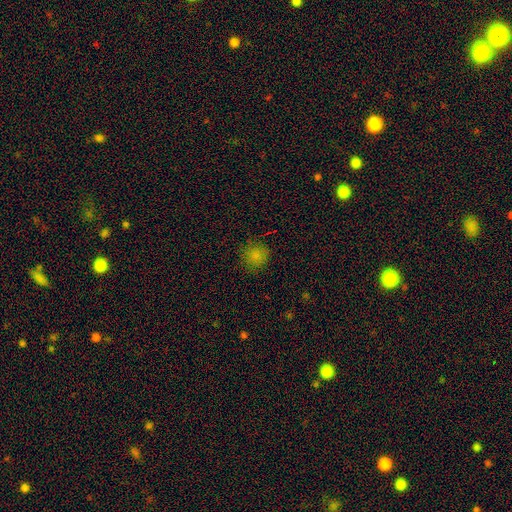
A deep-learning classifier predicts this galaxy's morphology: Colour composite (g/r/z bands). It shows a smooth galaxy with no disk features (81%) that is round (91%). Merging: none (86%).